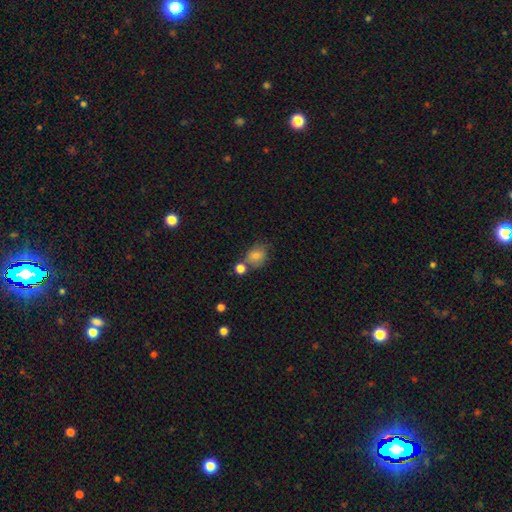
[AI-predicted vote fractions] Smooth or featured? Predicted: smooth (p=0.79). How rounded? Predicted: round (p=0.51). Merging? Predicted: none (p=0.50).